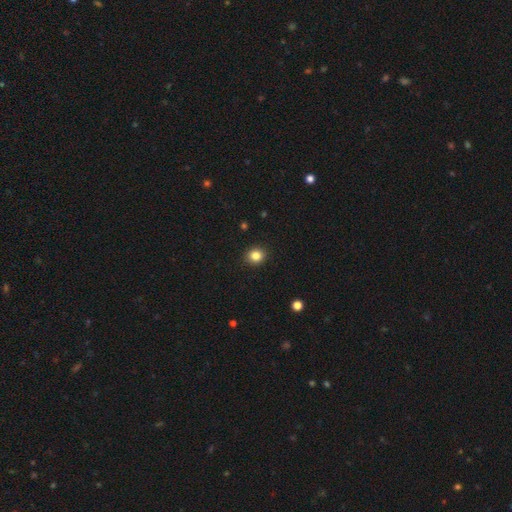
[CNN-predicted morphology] A smooth galaxy with no disk features (84%) that is round (82%).

Vote fractions:
- Smooth or featured? smooth: 84% / star or artifact: 11% / featured or disk: 5%
- How rounded? round: 82% / in between: 18% / cigar-shaped: 1%
- Merging? none: 92% / minor disturbance: 5% / major disturbance: 2% / merger: 1%